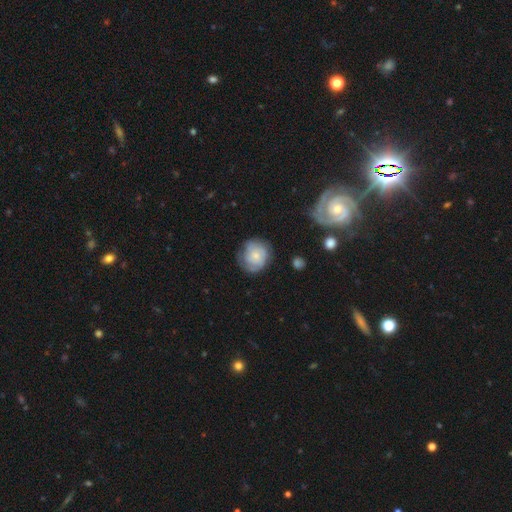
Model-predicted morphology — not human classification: Smooth or featured? featured or disk (50%)
Merging? none (67%)